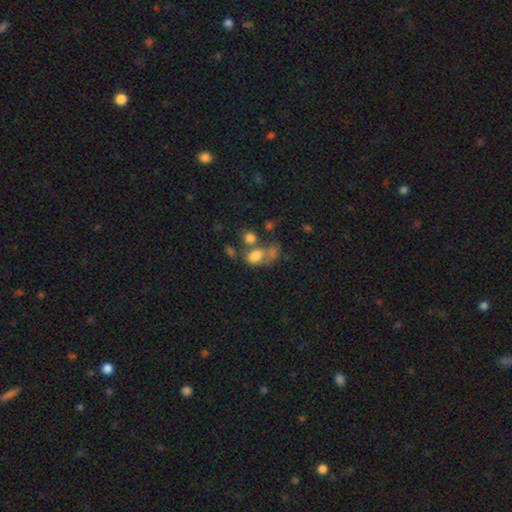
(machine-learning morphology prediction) Smooth or featured? Predicted: smooth (p=0.72). How rounded? Predicted: in between (p=0.66). Merging? Predicted: merger (p=0.42).